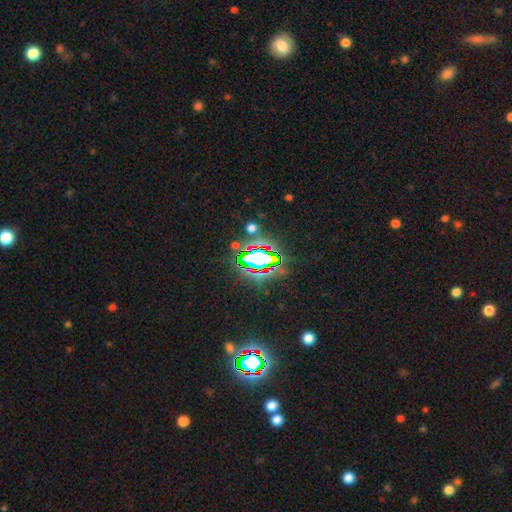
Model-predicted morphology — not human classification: Q: Smooth or featured?
A: star or artifact (69%); runner-up: smooth (17%)